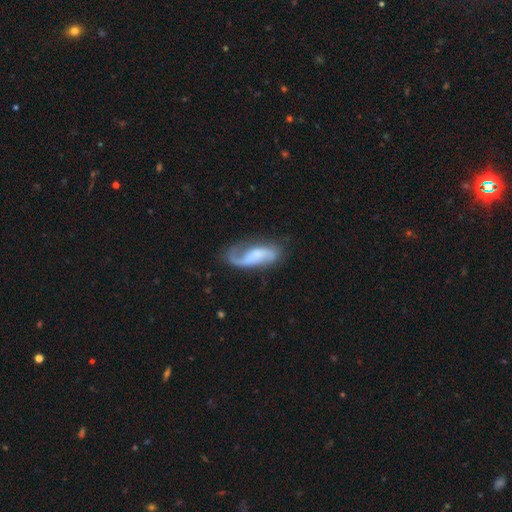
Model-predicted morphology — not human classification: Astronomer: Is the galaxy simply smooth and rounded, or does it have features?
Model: featured or disk — 71%.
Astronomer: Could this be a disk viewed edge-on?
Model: no — 92%.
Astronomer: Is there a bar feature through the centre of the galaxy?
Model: no — 48% (runner-up: weak, 36%).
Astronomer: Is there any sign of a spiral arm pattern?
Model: yes — 93%.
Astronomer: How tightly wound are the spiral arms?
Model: loose — 59%.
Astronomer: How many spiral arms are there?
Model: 2 — 62%.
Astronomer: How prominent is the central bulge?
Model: small — 35% (runner-up: none, 28%).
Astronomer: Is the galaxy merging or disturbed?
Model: none — 54%.